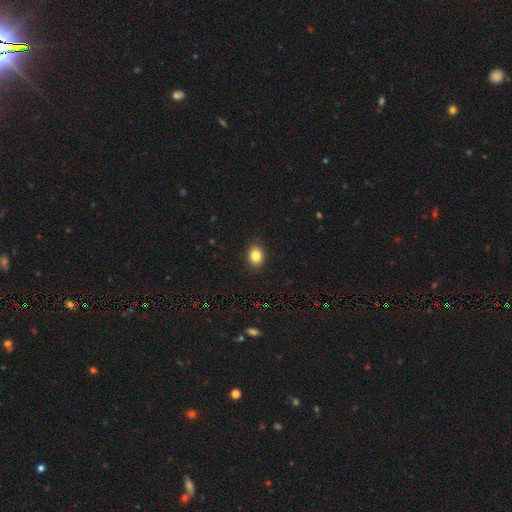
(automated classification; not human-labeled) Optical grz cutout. It shows a smooth galaxy with no disk features (84%) that is in between round and cigar-shaped (55%). Merging: none (89%).